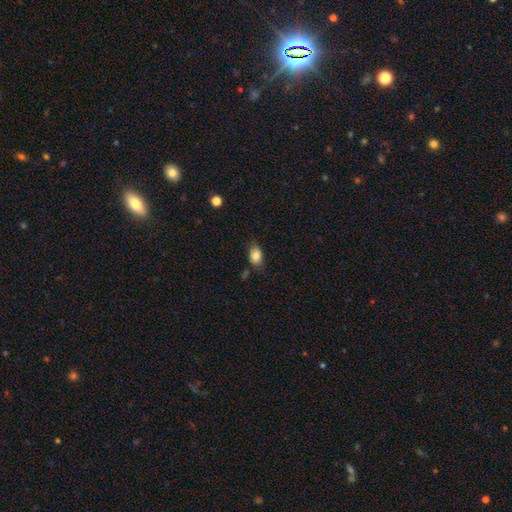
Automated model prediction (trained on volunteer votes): A smooth galaxy with no disk features (85%) that is in between round and cigar-shaped (85%). Merging: none (76%).